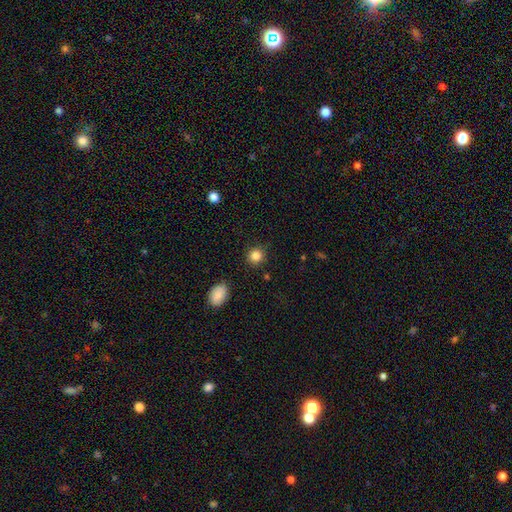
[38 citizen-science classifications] Smooth or featured? 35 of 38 (92%) said smooth. How rounded? 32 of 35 (91%) said round. Merging? 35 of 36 (97%) said none.